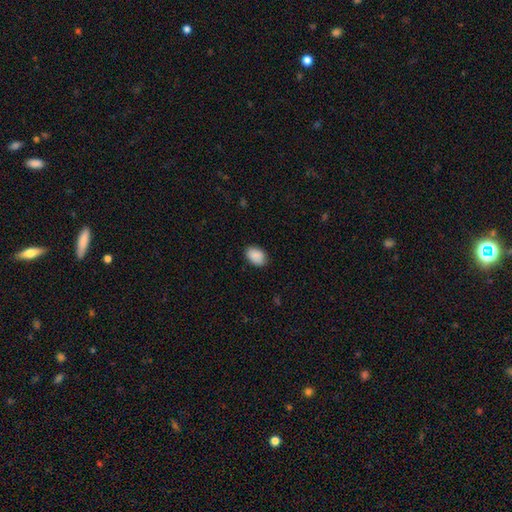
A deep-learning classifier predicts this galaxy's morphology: A smooth galaxy with no disk features (90%) that is in between round and cigar-shaped (84%). Merging: none (85%).